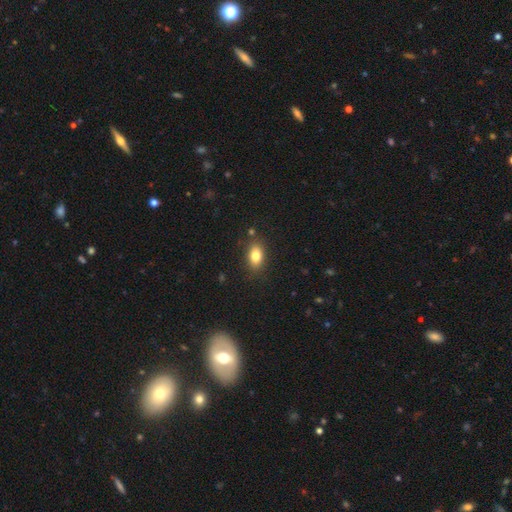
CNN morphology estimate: A smooth galaxy with no disk features (81%) that is in between round and cigar-shaped (86%). Merging: none (84%).